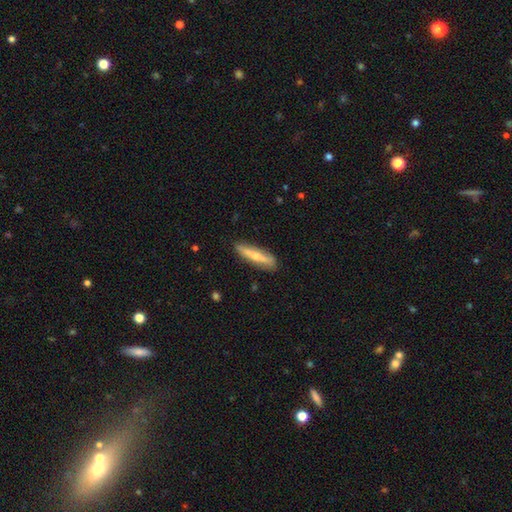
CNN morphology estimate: type=featured or disk (49%); merging=none (82%).